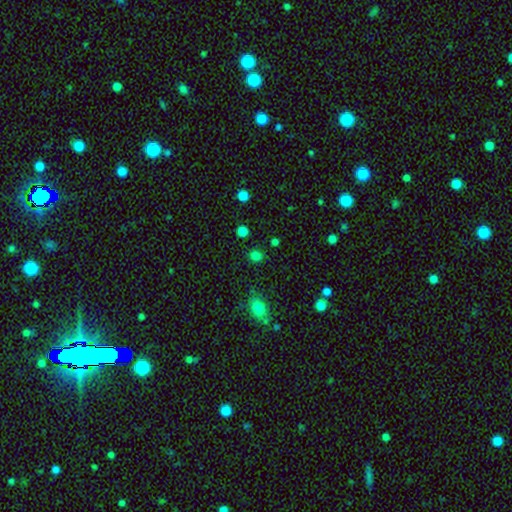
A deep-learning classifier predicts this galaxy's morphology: This is clearly a smooth galaxy (80%). How rounded: likely round (67%). Merging: clearly none (84%).